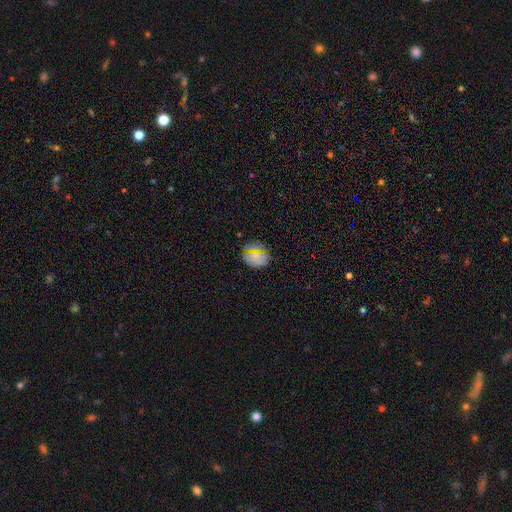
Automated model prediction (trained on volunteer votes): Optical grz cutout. It shows a smooth galaxy with no disk features (69%) that is round (54%). Merging: none (79%).